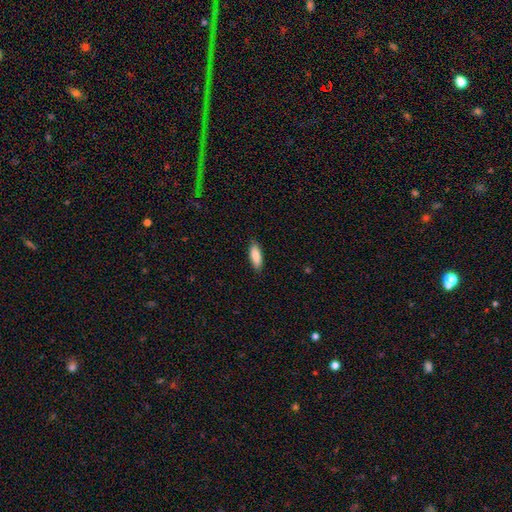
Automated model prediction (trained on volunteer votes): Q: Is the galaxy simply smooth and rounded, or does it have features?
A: smooth — 87%.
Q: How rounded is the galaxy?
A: in between — 69%.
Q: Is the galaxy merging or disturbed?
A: none — 87%.